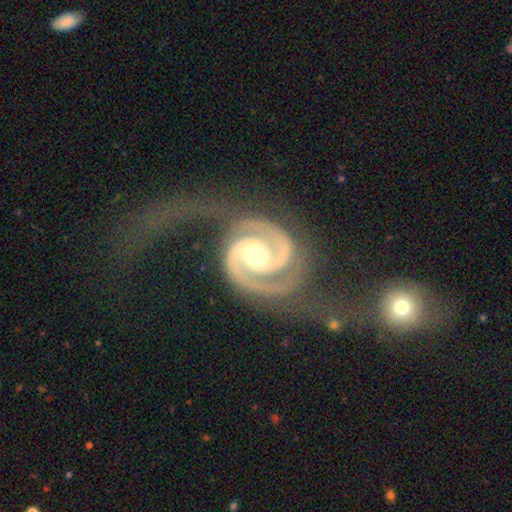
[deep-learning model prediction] featured or disk 95%, star or artifact 3%, smooth 2%. Down the decision tree: edge-on disk — no (98%); bar — no (46%); spiral arms — yes (99%); spiral arm count — 2 (93%); spiral winding — tight (59%); bulge size — moderate (69%); merging — none (39%).